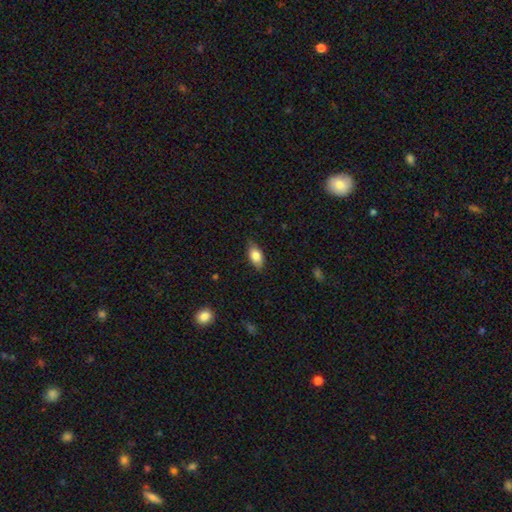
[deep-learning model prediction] A smooth galaxy with no disk features (82%) that is in between round and cigar-shaped (89%).

Vote fractions:
- Smooth or featured? smooth: 82% / featured or disk: 11% / star or artifact: 7%
- How rounded? in between: 89% / cigar-shaped: 6% / round: 5%
- Merging? none: 83% / minor disturbance: 14% / major disturbance: 3% / merger: 1%